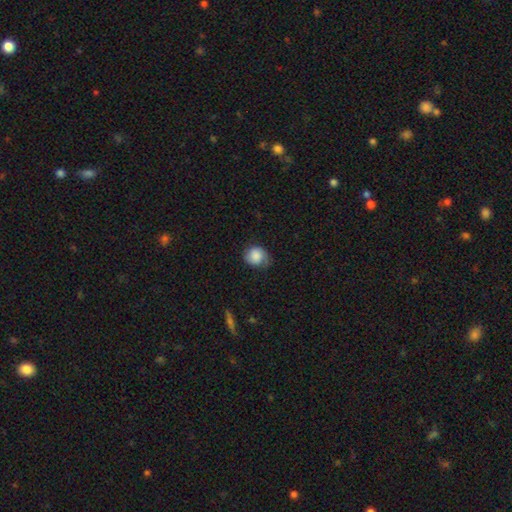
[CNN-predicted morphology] smooth_or_featured: smooth (p=0.79) [alt: featured or disk p=0.13]
how_rounded: round (p=0.76) [alt: in between p=0.23]
merging: none (p=0.57) [alt: minor disturbance p=0.33]